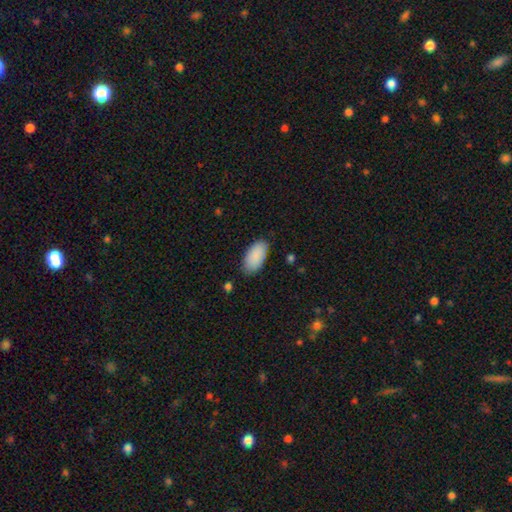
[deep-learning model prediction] smooth_or_featured: smooth (p=0.90) [alt: star or artifact p=0.06]
how_rounded: in between (p=0.95) [alt: cigar-shaped p=0.03]
merging: none (p=0.82) [alt: minor disturbance p=0.14]